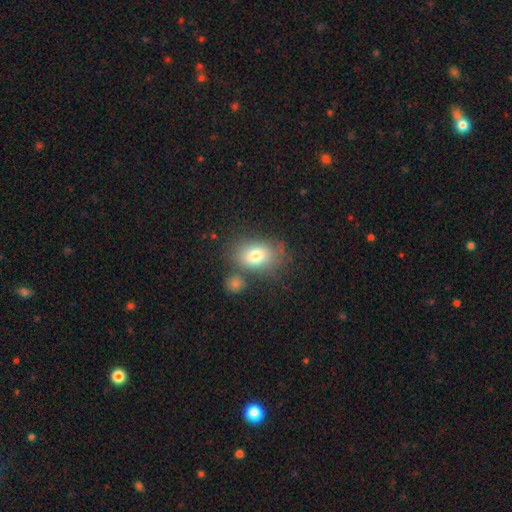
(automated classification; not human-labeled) Q: Smooth or featured?
A: smooth (76%); runner-up: featured or disk (14%)
Q: How rounded?
A: in between (76%); runner-up: round (22%)
Q: Merging?
A: none (64%); runner-up: minor disturbance (15%)